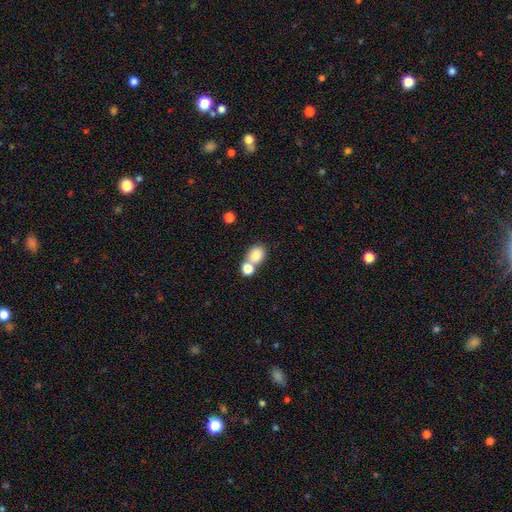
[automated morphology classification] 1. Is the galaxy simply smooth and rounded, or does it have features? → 82% smooth, 9% star or artifact, 8% featured or disk.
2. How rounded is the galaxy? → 52% round, 47% in between, 1% cigar-shaped.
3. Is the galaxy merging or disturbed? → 47% merger, 42% none, 8% minor disturbance, 4% major disturbance.